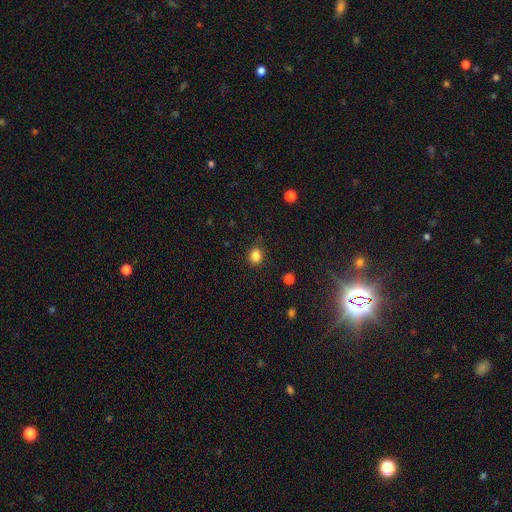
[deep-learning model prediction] This is clearly a smooth galaxy (85%). How rounded: possibly round (59%). Merging: clearly none (86%).